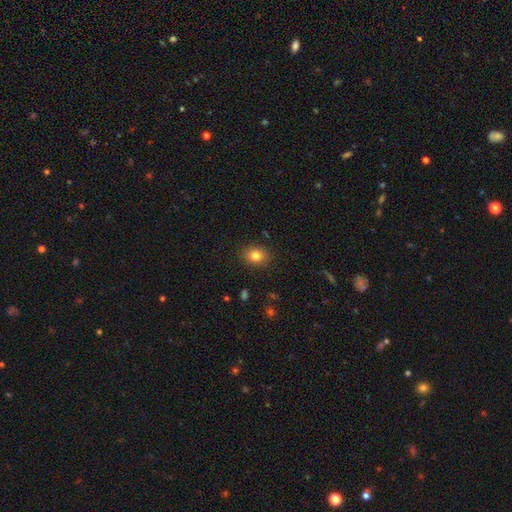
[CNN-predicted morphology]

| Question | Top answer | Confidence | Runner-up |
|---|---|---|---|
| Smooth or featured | smooth | 81% | star or artifact (11%) |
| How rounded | round | 55% | in between (44%) |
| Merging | none | 88% | minor disturbance (9%) |